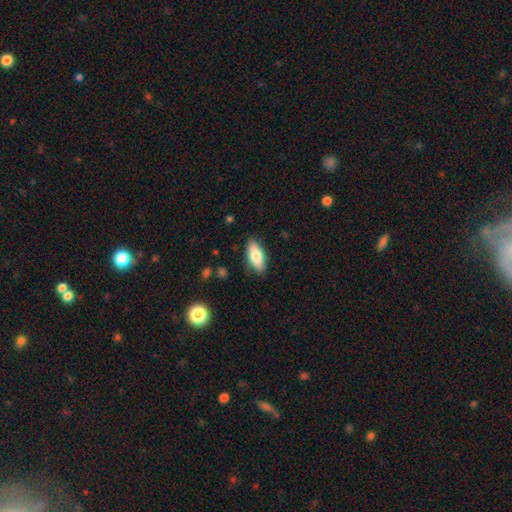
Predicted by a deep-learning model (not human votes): A smooth galaxy with no disk features (80%) that is in between round and cigar-shaped (83%). Merging: none (85%).